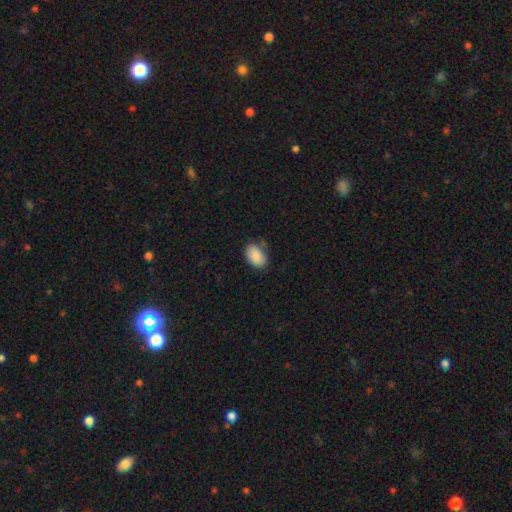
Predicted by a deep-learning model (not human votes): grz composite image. It shows a smooth galaxy with no disk features (89%) that is in between round and cigar-shaped (92%). Merging: none (74%).